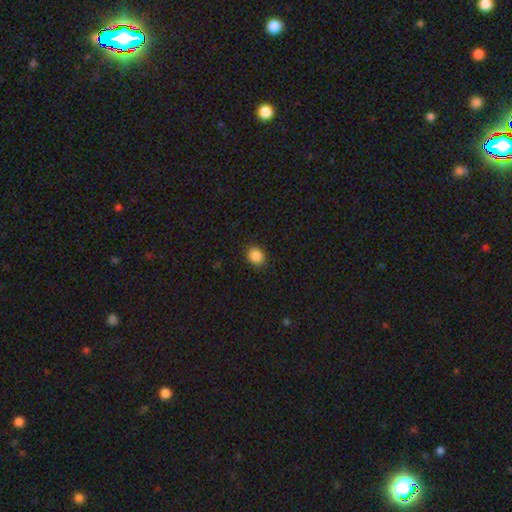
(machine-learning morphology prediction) This appears to be a smooth galaxy with no disk features (87%) that is round (61%). Merging: none (89%).